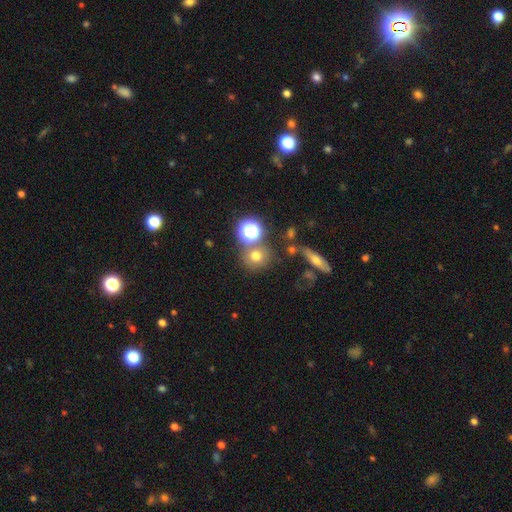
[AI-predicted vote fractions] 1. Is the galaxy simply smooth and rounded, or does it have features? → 67% smooth, 22% star or artifact, 11% featured or disk.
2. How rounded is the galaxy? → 87% round, 11% in between, 1% cigar-shaped.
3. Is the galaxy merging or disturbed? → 71% none, 15% merger, 10% minor disturbance, 4% major disturbance.